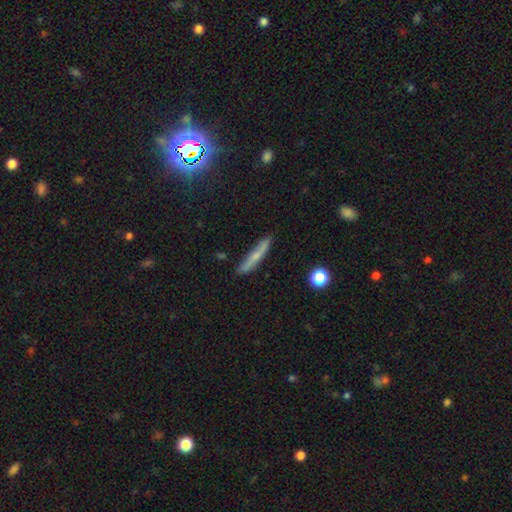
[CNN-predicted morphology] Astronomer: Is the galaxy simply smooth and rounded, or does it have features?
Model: smooth — 53% (runner-up: featured or disk, 38%).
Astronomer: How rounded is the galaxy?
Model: cigar-shaped — 91%.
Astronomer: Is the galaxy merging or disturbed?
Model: none — 82%.